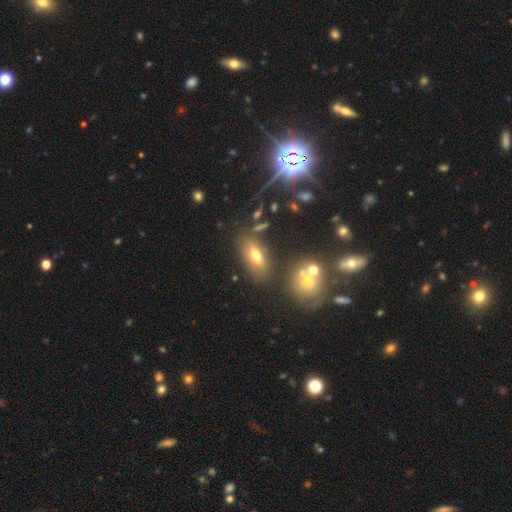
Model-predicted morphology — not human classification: Q: Smooth or featured?
A: smooth (67%); runner-up: featured or disk (21%)
Q: How rounded?
A: in between (83%); runner-up: cigar-shaped (11%)
Q: Merging?
A: none (71%); runner-up: minor disturbance (15%)